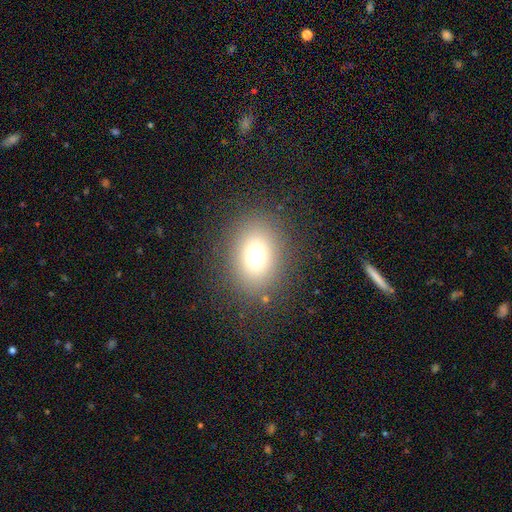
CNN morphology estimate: Smooth or featured? smooth (74%)
How rounded? in between (59%)
Merging? none (85%)